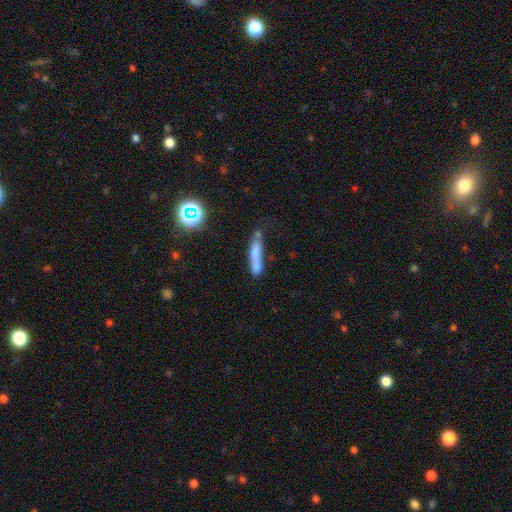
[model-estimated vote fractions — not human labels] This is possibly a smooth galaxy (59%). How rounded: clearly cigar-shaped (82%). Merging: marginally none (43%).